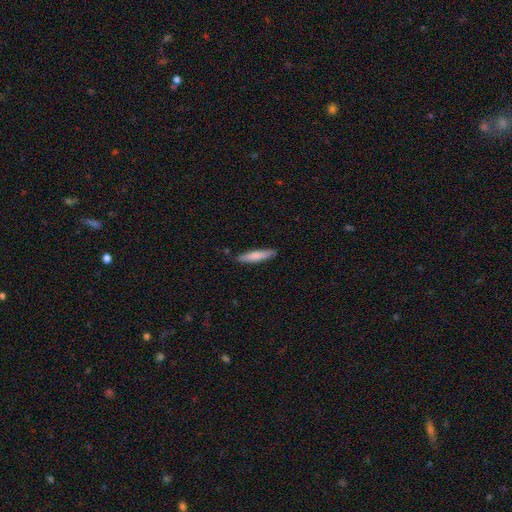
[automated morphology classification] smooth 75%, featured or disk 19%, star or artifact 5%. Down the decision tree: how rounded — cigar-shaped (85%); merging — none (85%).